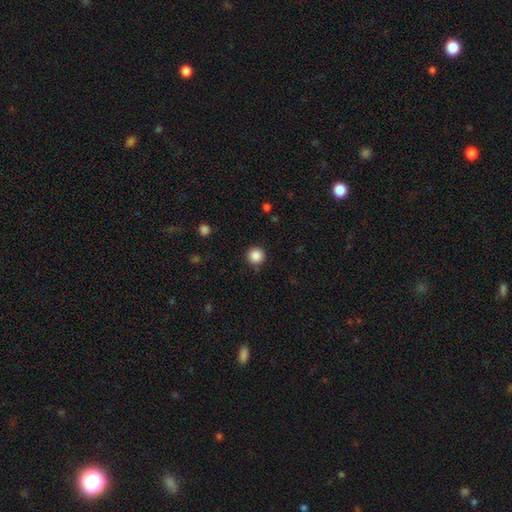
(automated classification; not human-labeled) Smooth or featured: smooth — 87% (star or artifact — 10%)
How rounded: round — 96% (in between — 3%)
Merging: none — 90% (minor disturbance — 7%)